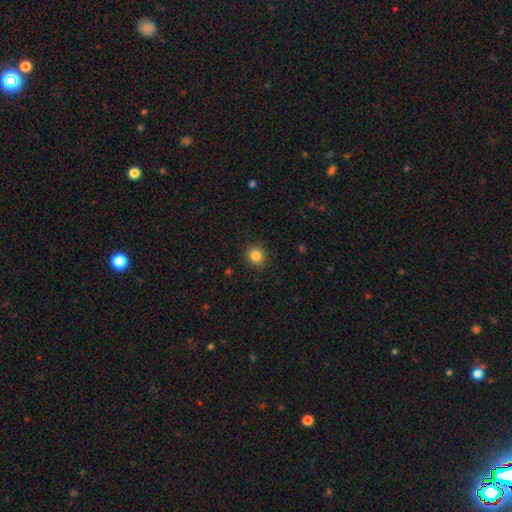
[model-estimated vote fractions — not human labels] Smooth or featured: smooth — 84% (star or artifact — 11%)
How rounded: round — 84% (in between — 15%)
Merging: none — 89% (minor disturbance — 7%)